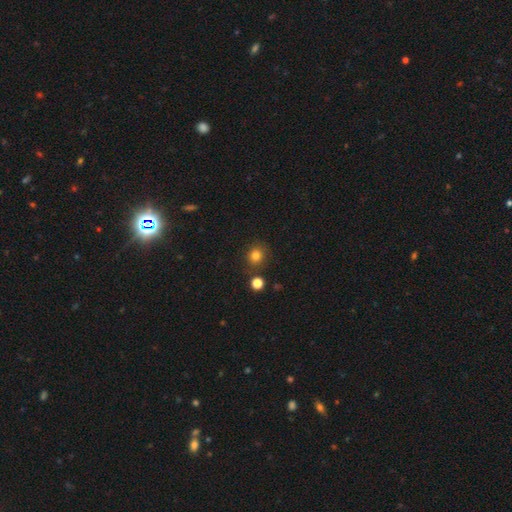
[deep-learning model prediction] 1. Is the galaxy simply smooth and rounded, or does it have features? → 80% smooth, 14% star or artifact, 6% featured or disk.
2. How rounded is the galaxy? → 85% round, 14% in between, 1% cigar-shaped.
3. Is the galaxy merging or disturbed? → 82% none, 10% minor disturbance, 6% merger, 3% major disturbance.